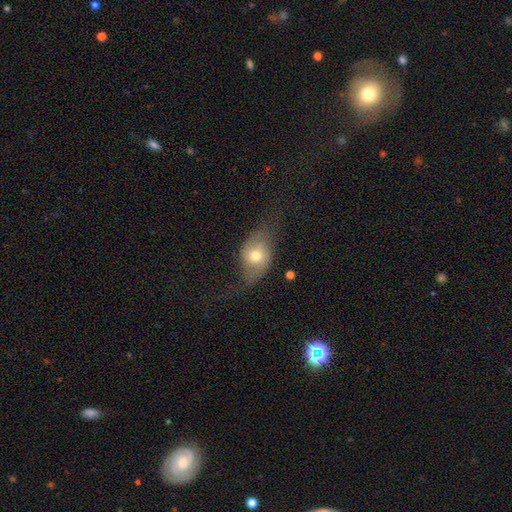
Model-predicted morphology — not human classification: Smooth or featured? featured or disk (47%)
Merging? none (51%)